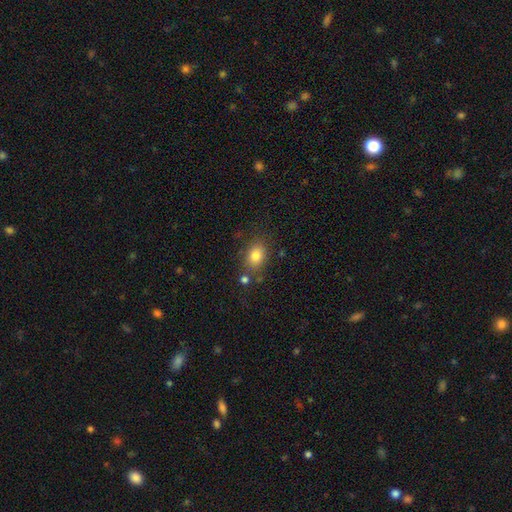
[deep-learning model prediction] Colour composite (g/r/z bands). It shows a smooth galaxy with no disk features (81%) that is in between round and cigar-shaped (64%). Merging: none (74%).